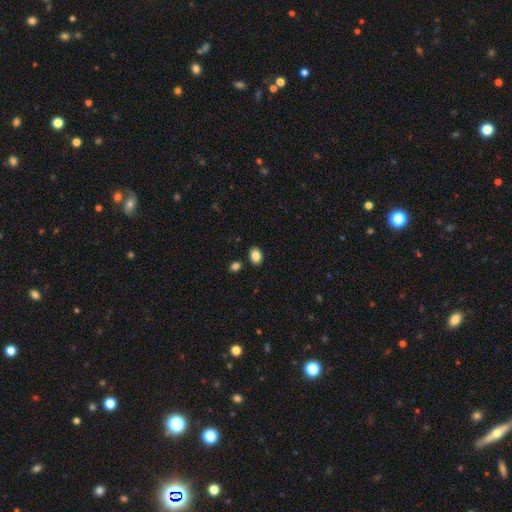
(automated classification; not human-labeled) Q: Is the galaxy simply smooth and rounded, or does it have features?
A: smooth — 86%.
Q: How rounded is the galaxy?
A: in between — 76%.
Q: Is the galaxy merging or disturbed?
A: none — 85%.